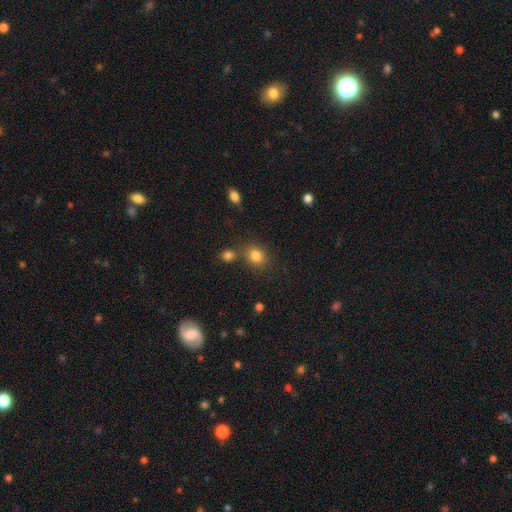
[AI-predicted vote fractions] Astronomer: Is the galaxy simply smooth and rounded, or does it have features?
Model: smooth — 82%.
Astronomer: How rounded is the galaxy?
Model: round — 66%.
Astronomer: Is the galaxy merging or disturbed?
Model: none — 70%.